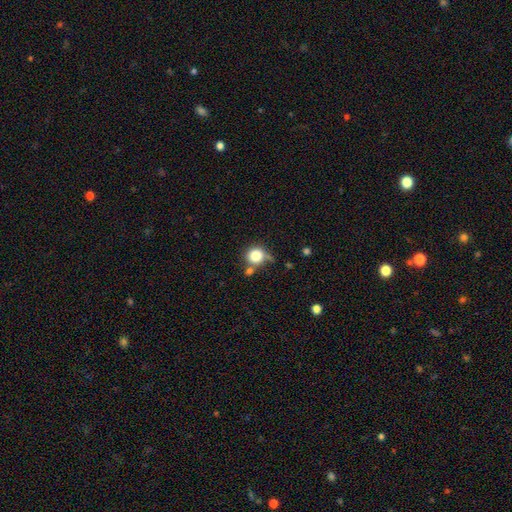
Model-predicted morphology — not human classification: Smooth or featured? Predicted: smooth (p=0.81). How rounded? Predicted: round (p=0.88). Merging? Predicted: none (p=0.52).